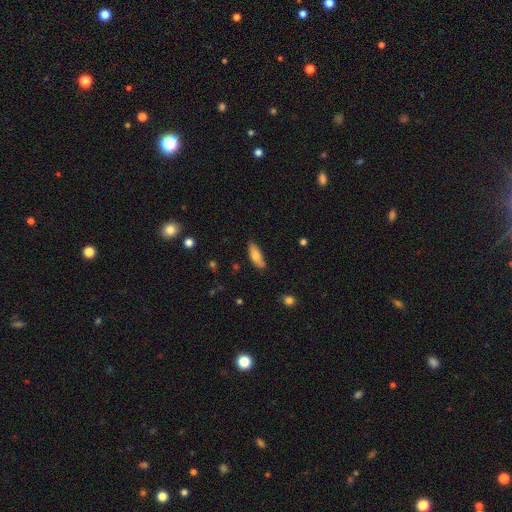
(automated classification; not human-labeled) Smooth or featured? Predicted: smooth (p=0.70). How rounded? Predicted: in between (p=0.65). Merging? Predicted: none (p=0.76).